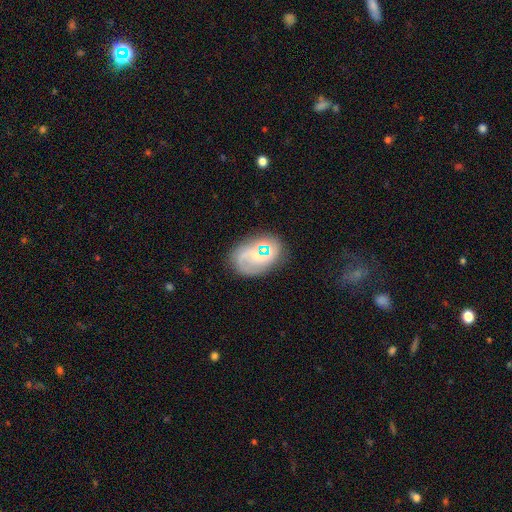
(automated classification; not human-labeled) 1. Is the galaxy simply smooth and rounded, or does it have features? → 57% featured or disk, 30% smooth, 13% star or artifact.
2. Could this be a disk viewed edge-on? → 97% no, 3% yes.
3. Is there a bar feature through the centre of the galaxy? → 56% no, 35% weak, 9% strong.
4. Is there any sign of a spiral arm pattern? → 76% yes, 24% no.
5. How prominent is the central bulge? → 44% small, 43% moderate, 6% none, 6% large, 2% dominant.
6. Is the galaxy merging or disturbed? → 68% none, 17% minor disturbance, 9% major disturbance, 6% merger.